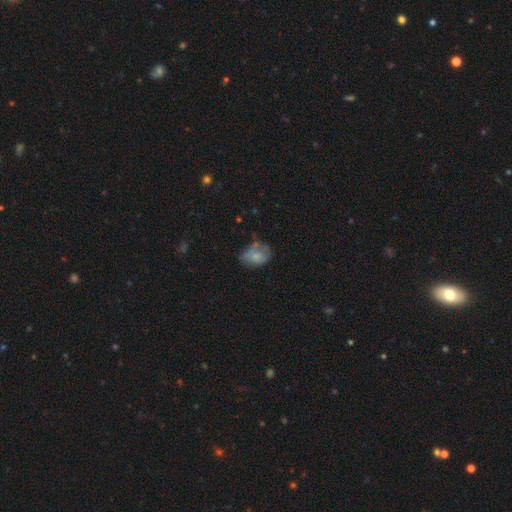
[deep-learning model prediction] smooth 65%, featured or disk 25%, star or artifact 10%. Down the decision tree: how rounded — in between (72%); merging — none (40%).